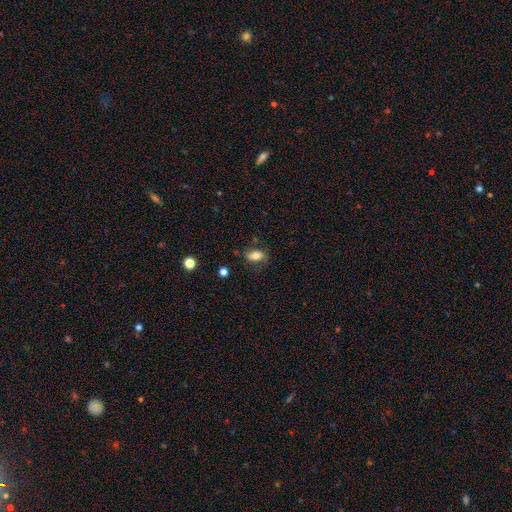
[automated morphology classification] smooth-or-featured: smooth: 75% | featured or disk: 16% | star or artifact: 9%
  how-rounded: in between: 87% | round: 9% | cigar-shaped: 5%
  merging: none: 74% | minor disturbance: 19% | major disturbance: 5% | merger: 2%